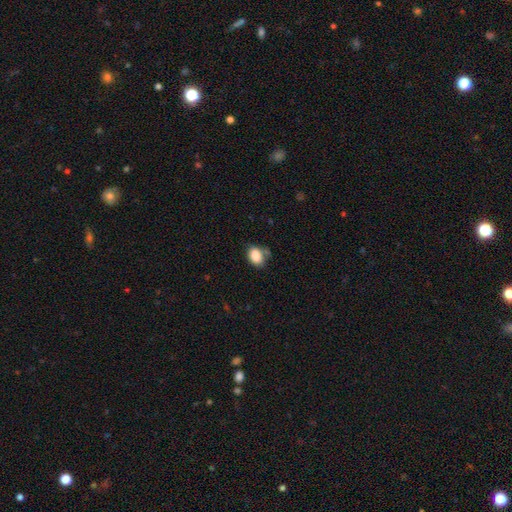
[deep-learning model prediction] smooth_or_featured: smooth (p=0.87) [alt: star or artifact p=0.08]
how_rounded: in between (p=0.78) [alt: round p=0.21]
merging: none (p=0.63) [alt: minor disturbance p=0.23]